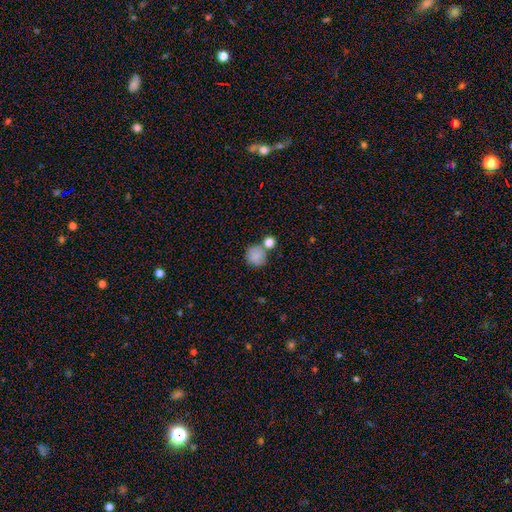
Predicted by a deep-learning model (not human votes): smooth_or_featured: smooth (p=0.84) [alt: star or artifact p=0.09]
how_rounded: round (p=0.87) [alt: in between p=0.12]
merging: none (p=0.55) [alt: merger p=0.29]